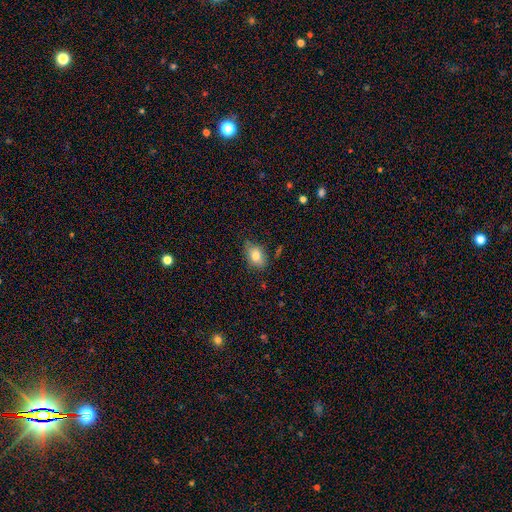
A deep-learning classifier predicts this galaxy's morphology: Q: Smooth or featured?
A: smooth (77%); runner-up: featured or disk (14%)
Q: How rounded?
A: in between (76%); runner-up: round (22%)
Q: Merging?
A: none (67%); runner-up: minor disturbance (26%)